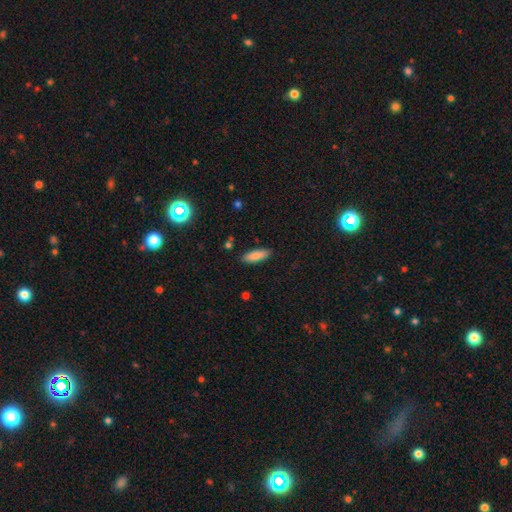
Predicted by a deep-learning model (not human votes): Smooth or featured: smooth — 83% (featured or disk — 10%)
How rounded: in between — 55% (cigar-shaped — 44%)
Merging: none — 87% (minor disturbance — 9%)